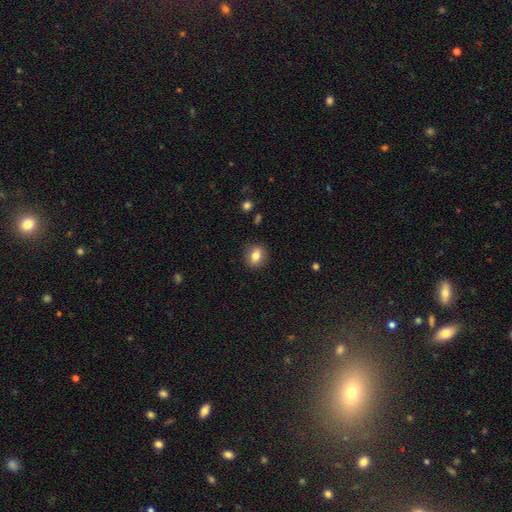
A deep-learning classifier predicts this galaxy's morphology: This appears to be a smooth galaxy with no disk features (79%) that is round (55%). Merging: none (87%).